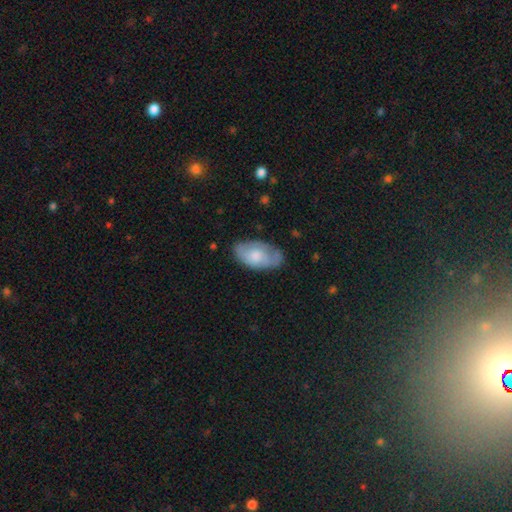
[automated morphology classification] Smooth or featured? Predicted: smooth (p=0.60). How rounded? Predicted: in between (p=0.94). Merging? Predicted: none (p=0.64).